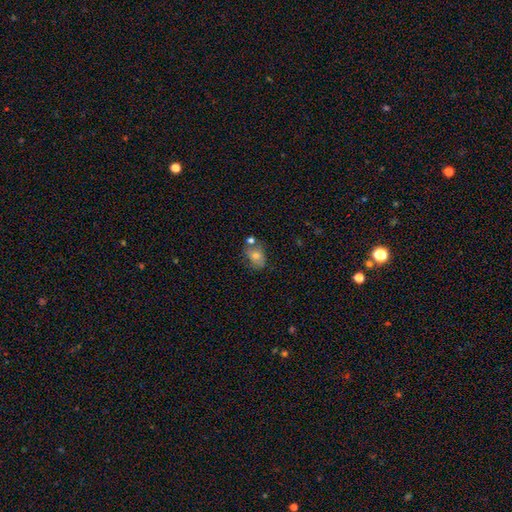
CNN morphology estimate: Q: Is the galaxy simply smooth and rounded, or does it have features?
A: smooth — 63%.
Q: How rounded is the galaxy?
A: in between — 63%.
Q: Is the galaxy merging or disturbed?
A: none — 58%.